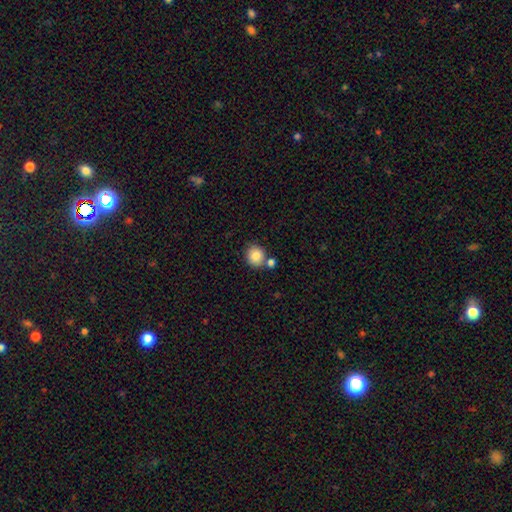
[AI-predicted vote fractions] Q: Smooth or featured?
A: smooth (85%); runner-up: star or artifact (9%)
Q: How rounded?
A: round (84%); runner-up: in between (15%)
Q: Merging?
A: none (68%); runner-up: merger (20%)